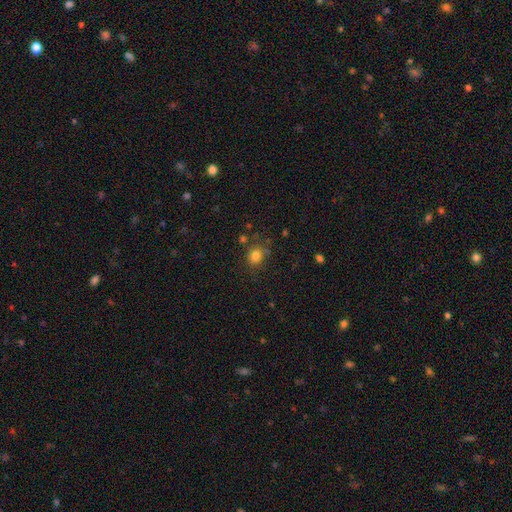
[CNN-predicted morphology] Q: Smooth or featured?
A: smooth (80%); runner-up: star or artifact (13%)
Q: How rounded?
A: round (73%); runner-up: in between (26%)
Q: Merging?
A: none (73%); runner-up: minor disturbance (16%)